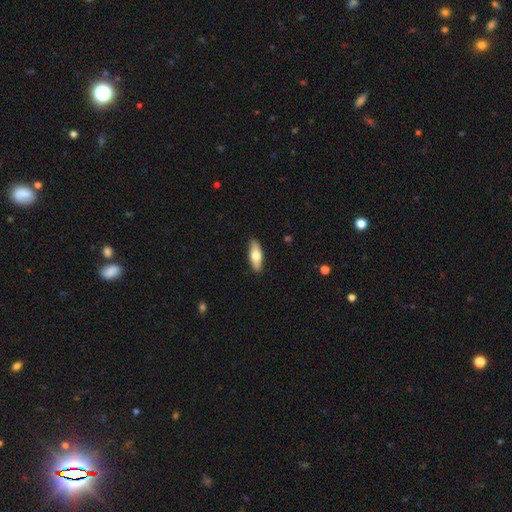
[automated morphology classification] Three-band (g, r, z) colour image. It shows a smooth galaxy with no disk features (70%) that is in between round and cigar-shaped (66%). Merging: none (89%).